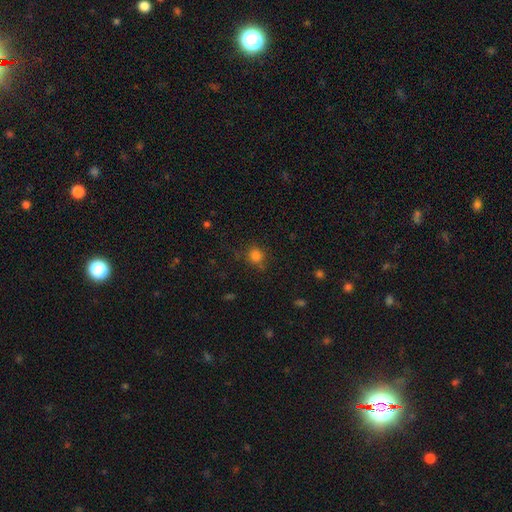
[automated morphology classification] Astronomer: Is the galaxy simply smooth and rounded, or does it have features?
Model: smooth — 80%.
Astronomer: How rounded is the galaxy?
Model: round — 84%.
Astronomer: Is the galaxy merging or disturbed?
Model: none — 77%.